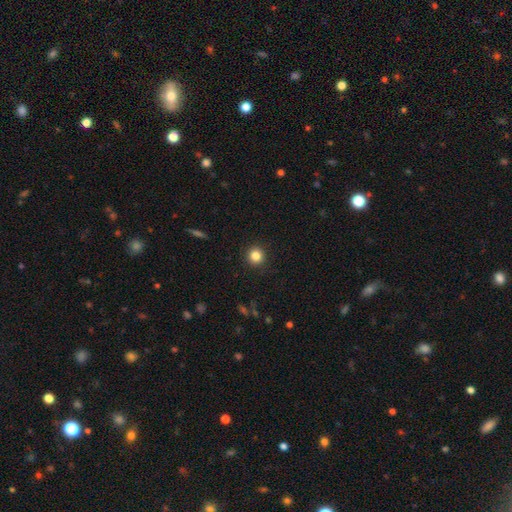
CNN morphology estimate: smooth_or_featured: smooth (p=0.84) [alt: star or artifact p=0.11]
how_rounded: round (p=0.94) [alt: in between p=0.05]
merging: none (p=0.92) [alt: minor disturbance p=0.05]